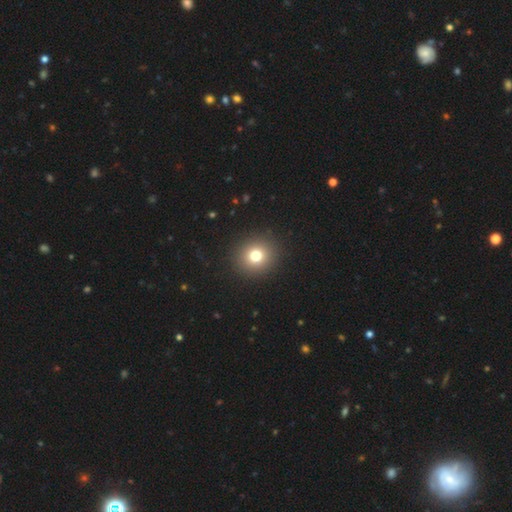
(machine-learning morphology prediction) Smooth or featured: smooth — 77% (star or artifact — 14%)
How rounded: round — 90% (in between — 9%)
Merging: none — 92% (minor disturbance — 5%)